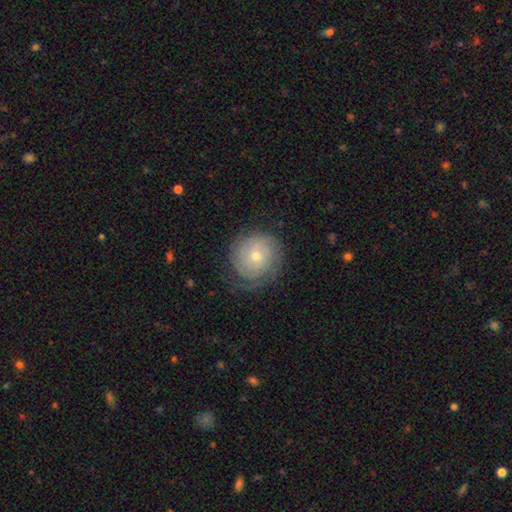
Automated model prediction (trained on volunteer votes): A featured or disk galaxy (67%) with no bar (80%), tight (78%) spiral arms (91%) and a small central bulge (61%).

Vote fractions:
- Smooth or featured? featured or disk: 67% / smooth: 25% / star or artifact: 8%
- Edge-on disk? no: 97% / yes: 3%
- Bar? no: 80% / weak: 17% / strong: 3%
- Spiral arms? yes: 91% / no: 9%
- Spiral winding? tight: 78% / medium: 16% / loose: 5%
- Spiral arm count? can't tell: 43% / 2: 23% / 3: 16% / 4: 7% / 1: 6% / more than 4: 5%
- Bulge size? small: 61% / moderate: 36% / large: 2% / none: 1% / dominant: 1%
- Merging? none: 74% / minor disturbance: 17% / major disturbance: 8% / merger: 1%